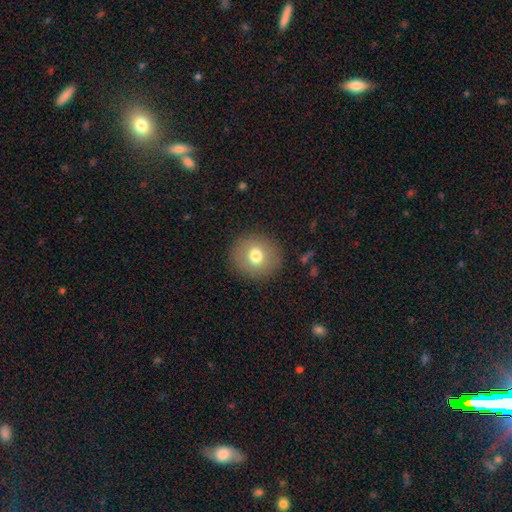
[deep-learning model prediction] smooth 74%, featured or disk 16%, star or artifact 10%. Down the decision tree: how rounded — round (88%); merging — none (89%).